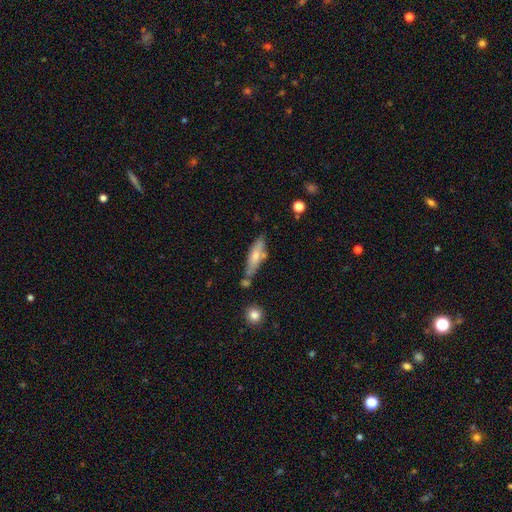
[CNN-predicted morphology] smooth 65%, featured or disk 29%, star or artifact 6%. Down the decision tree: how rounded — cigar-shaped (54%); merging — none (60%).